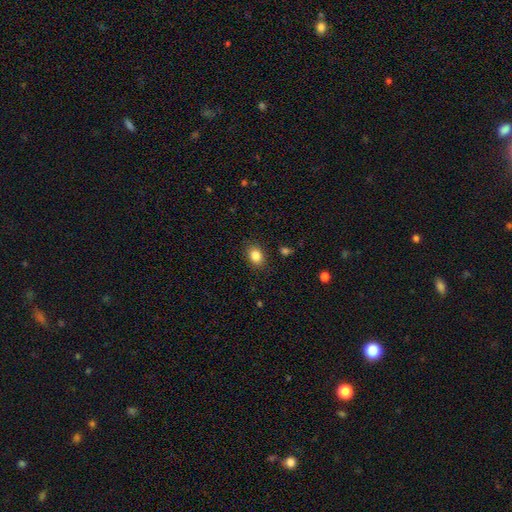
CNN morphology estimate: A smooth galaxy with no disk features (84%) that is in between round and cigar-shaped (63%). Merging: none (87%).